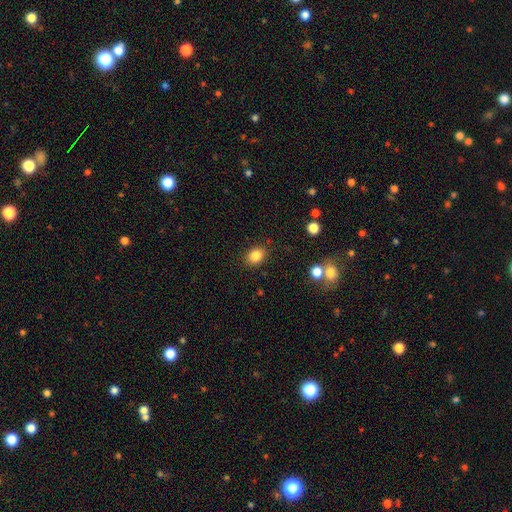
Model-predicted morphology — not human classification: Overall: smooth (84%). How rounded: in between (58%; round 41%). Merging: none (86%).